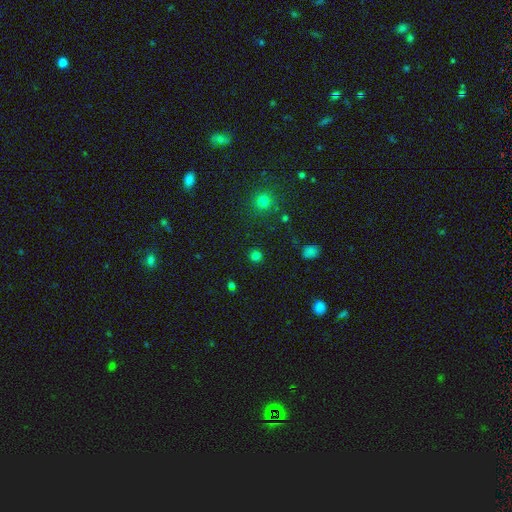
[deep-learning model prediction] Smooth or featured? smooth (75%)
How rounded? round (92%)
Merging? none (89%)